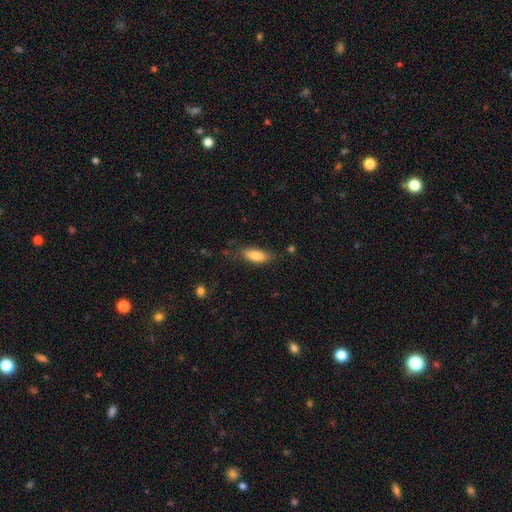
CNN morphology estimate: Smooth or featured? Predicted: smooth (p=0.82). How rounded? Predicted: in between (p=0.73). Merging? Predicted: none (p=0.75).